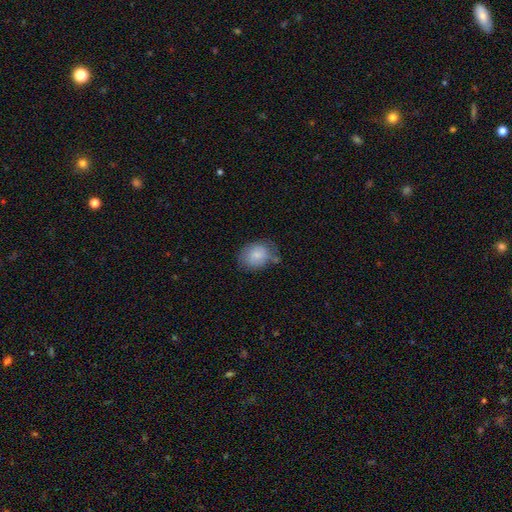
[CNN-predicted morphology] This is clearly a smooth galaxy (80%). How rounded: possibly in between (57%). Merging: possibly none (57%).